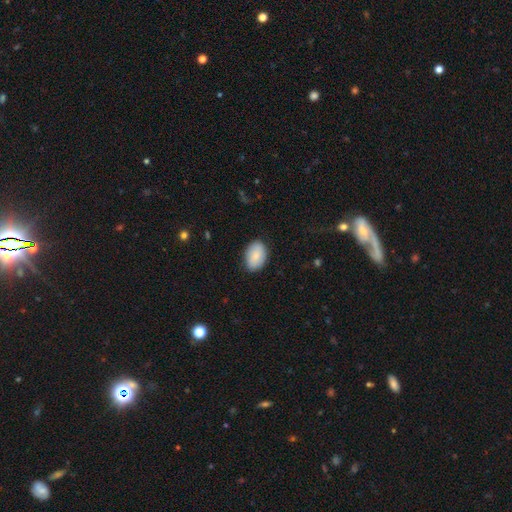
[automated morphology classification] Smooth or featured? Predicted: smooth (p=0.85). How rounded? Predicted: in between (p=0.87). Merging? Predicted: none (p=0.85).